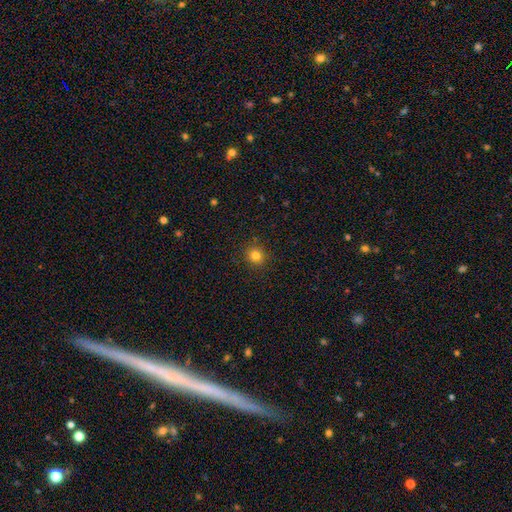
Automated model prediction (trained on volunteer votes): Smooth or featured? Predicted: smooth (p=0.81). How rounded? Predicted: round (p=0.89). Merging? Predicted: none (p=0.90).